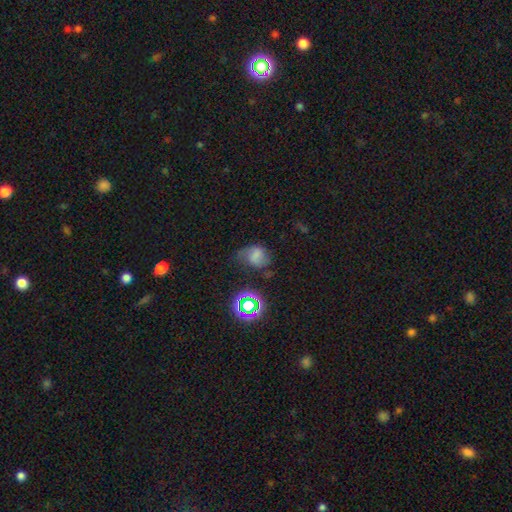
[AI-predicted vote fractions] smooth_or_featured: smooth (p=0.53) [alt: featured or disk p=0.27]
how_rounded: in between (p=0.56) [alt: round p=0.42]
merging: none (p=0.40) [alt: minor disturbance p=0.33]